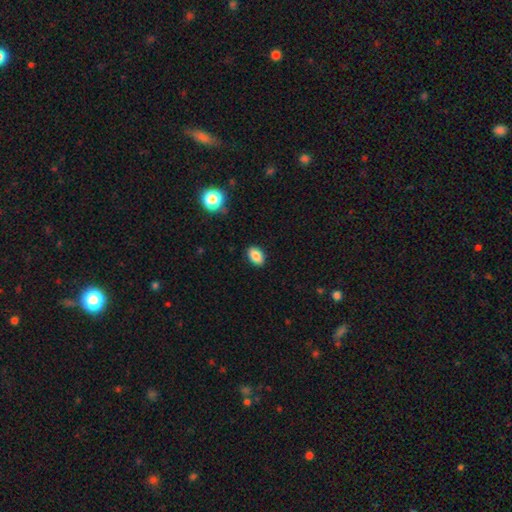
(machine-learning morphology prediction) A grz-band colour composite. It shows a smooth galaxy with no disk features (86%) that is in between round and cigar-shaped (87%). Merging: none (88%).